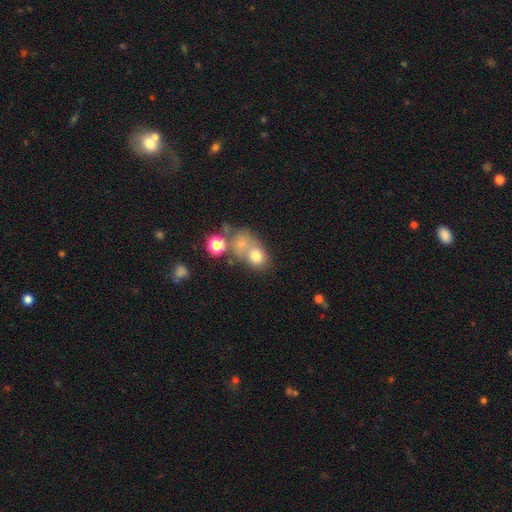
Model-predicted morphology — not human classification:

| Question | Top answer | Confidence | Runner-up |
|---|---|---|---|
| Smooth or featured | smooth | 71% | featured or disk (15%) |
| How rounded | in between | 49% | tied: round (49%) |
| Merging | merger | 48% | none (33%) |